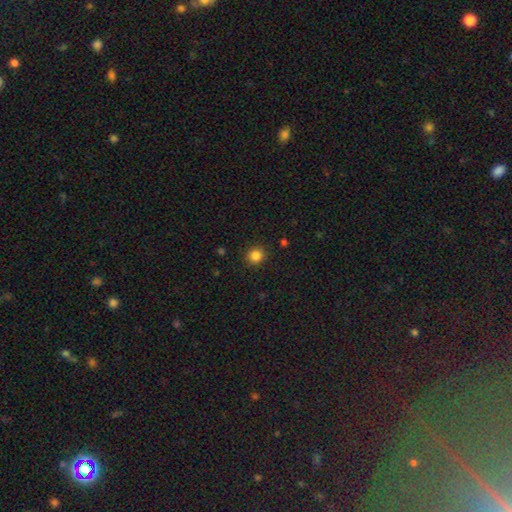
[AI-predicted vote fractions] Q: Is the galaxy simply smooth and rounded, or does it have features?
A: smooth — 85%.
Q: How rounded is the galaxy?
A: round — 90%.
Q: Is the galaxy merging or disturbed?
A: none — 91%.